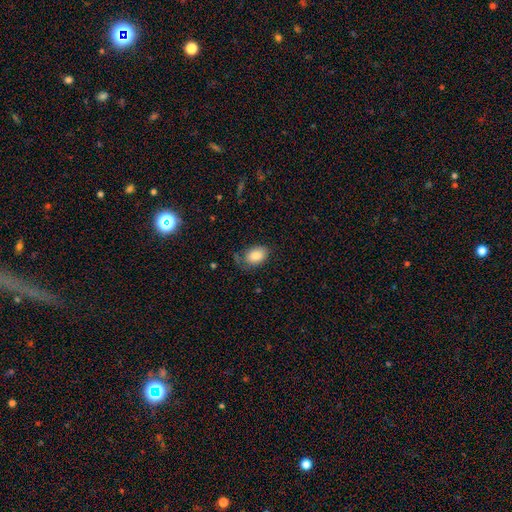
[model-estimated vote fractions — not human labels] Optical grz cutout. It shows a smooth galaxy with no disk features (83%) that is in between round and cigar-shaped (88%). Merging: none (59%).